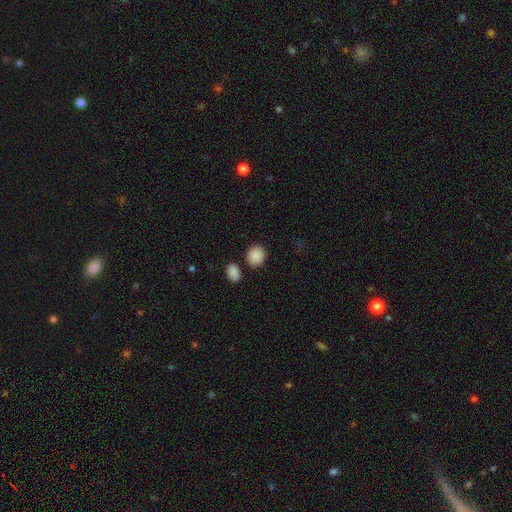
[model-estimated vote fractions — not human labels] A smooth galaxy with no disk features (89%) that is round (67%). Merging: none (81%).